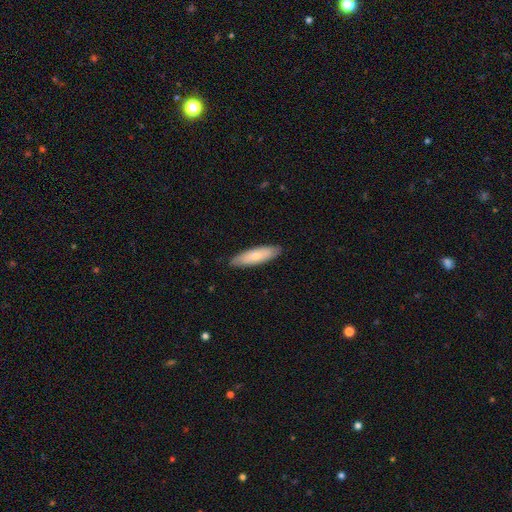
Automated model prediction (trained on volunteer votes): smooth_or_featured: smooth (p=0.74) [alt: featured or disk p=0.21]
how_rounded: cigar-shaped (p=0.62) [alt: in between p=0.37]
merging: none (p=0.88) [alt: minor disturbance p=0.10]